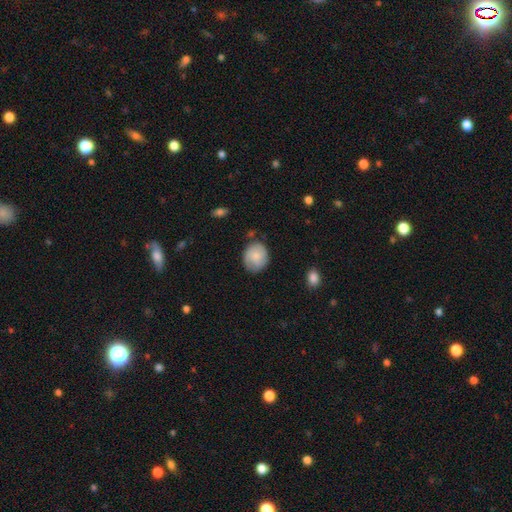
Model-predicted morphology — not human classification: A smooth galaxy with no disk features (65%) that is round (69%). Merging: none (73%).